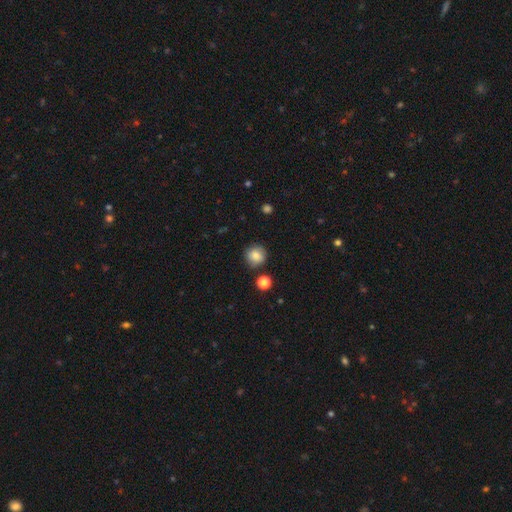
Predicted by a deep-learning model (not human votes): Smooth or featured? Predicted: smooth (p=0.83). How rounded? Predicted: round (p=0.92). Merging? Predicted: none (p=0.85).